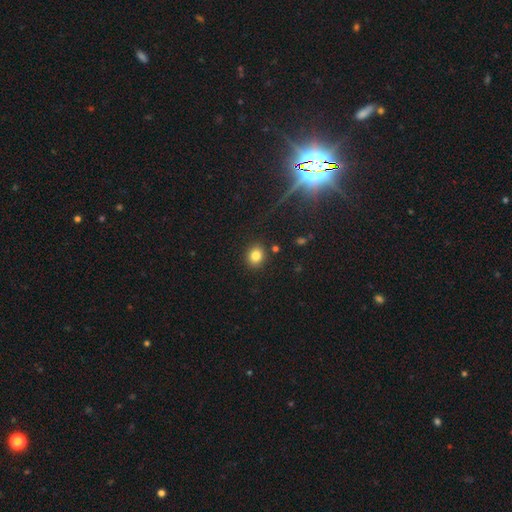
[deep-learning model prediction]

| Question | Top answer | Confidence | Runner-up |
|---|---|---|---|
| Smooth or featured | smooth | 82% | star or artifact (12%) |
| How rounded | round | 69% | in between (30%) |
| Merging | none | 88% | minor disturbance (7%) |